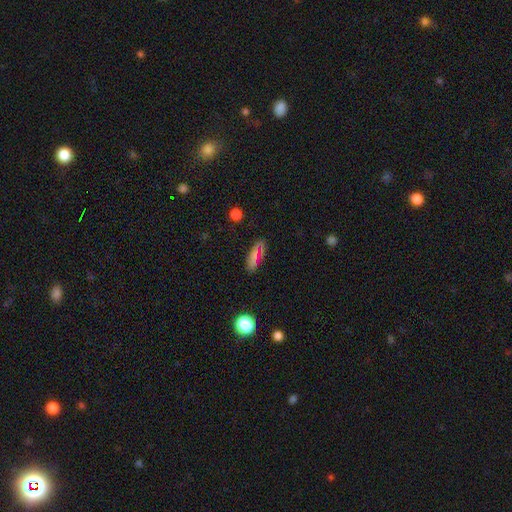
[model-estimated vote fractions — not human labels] Smooth or featured: smooth — 68% (star or artifact — 17%)
How rounded: in between — 62% (cigar-shaped — 32%)
Merging: none — 81% (minor disturbance — 13%)